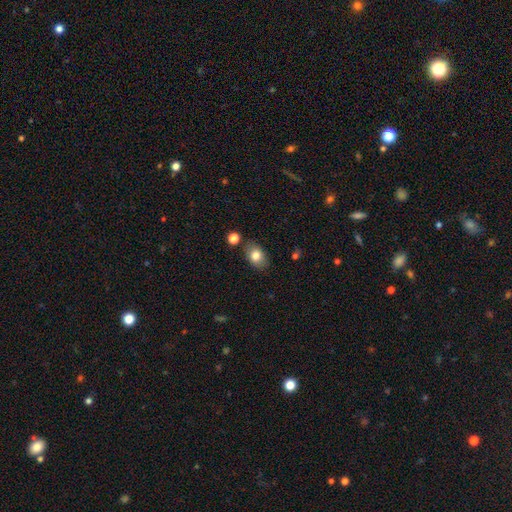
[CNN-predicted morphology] This is likely a smooth galaxy (80%). How rounded: clearly in between (81%). Merging: clearly none (81%).